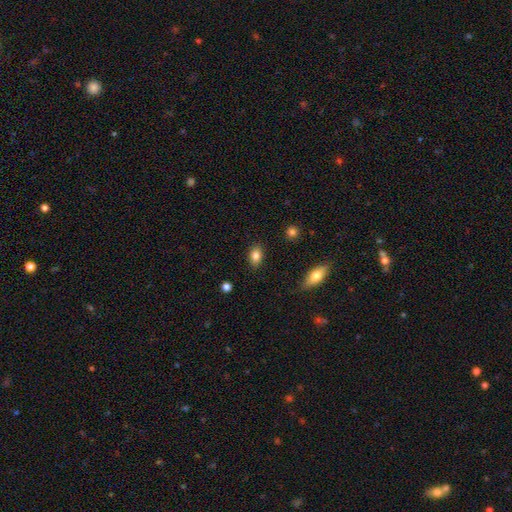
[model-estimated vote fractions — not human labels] Smooth or featured? smooth (83%)
How rounded? in between (81%)
Merging? none (87%)